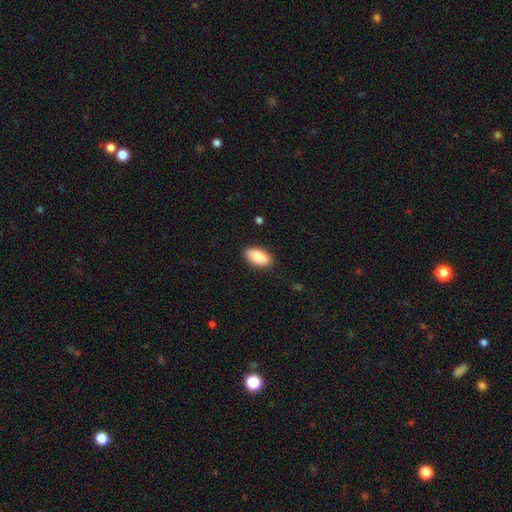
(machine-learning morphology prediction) Smooth or featured: smooth — 88% (star or artifact — 6%)
How rounded: in between — 94% (round — 3%)
Merging: none — 89% (minor disturbance — 8%)